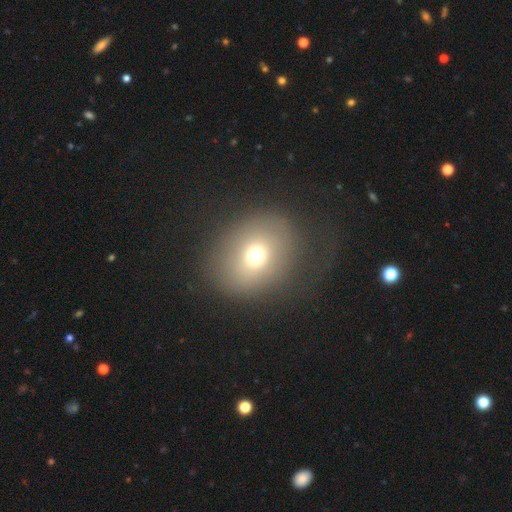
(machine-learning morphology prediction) Overall: smooth (68%). How rounded: round (65%; in between 34%). Merging: none (74%).